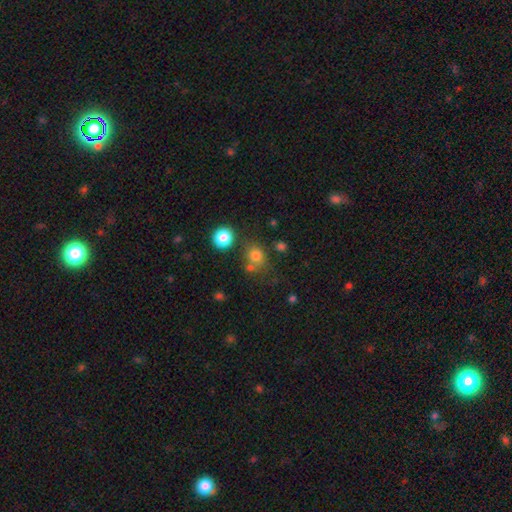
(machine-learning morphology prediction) smooth_or_featured: smooth (p=0.77) [alt: star or artifact p=0.16]
how_rounded: round (p=0.76) [alt: in between p=0.23]
merging: none (p=0.66) [alt: merger p=0.15]